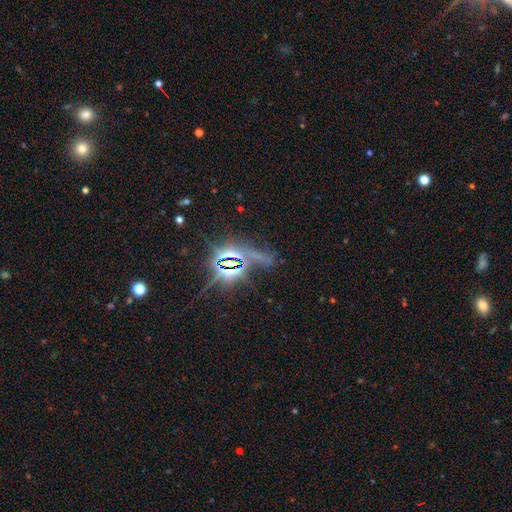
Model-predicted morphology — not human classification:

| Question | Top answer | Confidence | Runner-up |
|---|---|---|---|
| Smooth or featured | star or artifact | 77% | featured or disk (13%) |